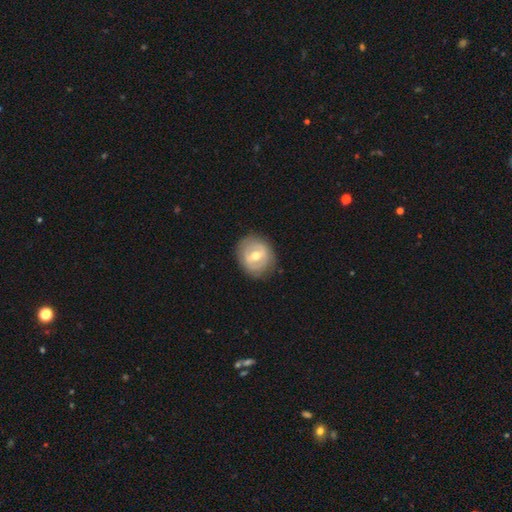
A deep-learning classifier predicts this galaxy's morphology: Smooth or featured: featured or disk — 57% (smooth — 37%)
Edge-on disk: no — 95% (yes — 5%)
Bar: weak — 46% (strong — 30%)
Spiral arms: no — 68% (yes — 32%)
Bulge size: moderate — 77% (small — 15%)
Merging: none — 82% (minor disturbance — 13%)